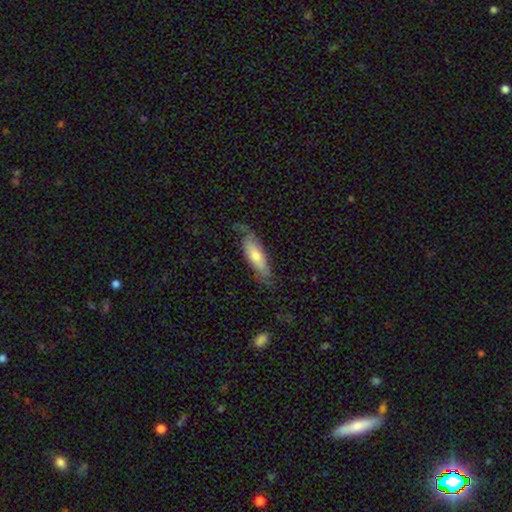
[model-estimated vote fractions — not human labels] smooth 52%, featured or disk 42%, star or artifact 6%. Down the decision tree: how rounded — cigar-shaped (58%); merging — none (64%).